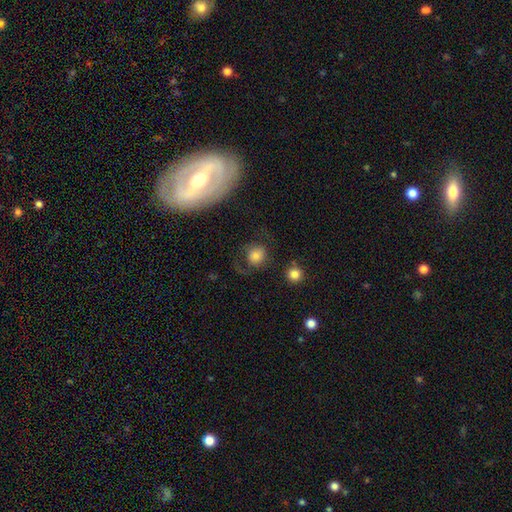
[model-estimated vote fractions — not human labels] Smooth or featured?
  - smooth: 73% *
  - featured or disk: 17%
  - star or artifact: 10%
How rounded?
  - round: 83% *
  - in between: 15%
  - cigar-shaped: 1%
Merging?
  - none: 58% *
  - major disturbance: 20%
  - minor disturbance: 18%
  - merger: 4%